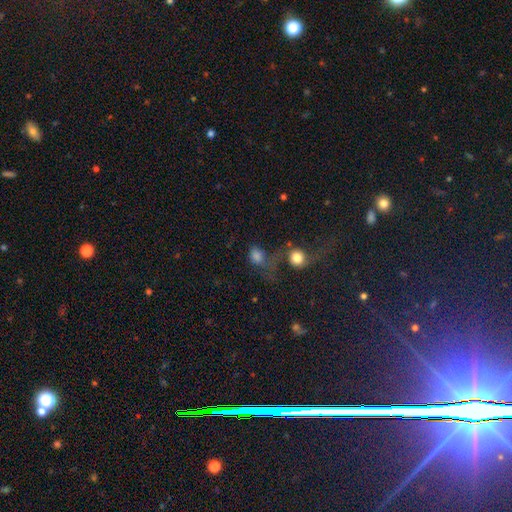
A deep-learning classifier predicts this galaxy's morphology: Smooth or featured?
  - smooth: 69% *
  - star or artifact: 16%
  - featured or disk: 15%
How rounded?
  - round: 54% *
  - in between: 43%
  - cigar-shaped: 2%
Merging?
  - merger: 29% * (tied)
  - none: 29% * (tied)
  - major disturbance: 28%
  - minor disturbance: 15%